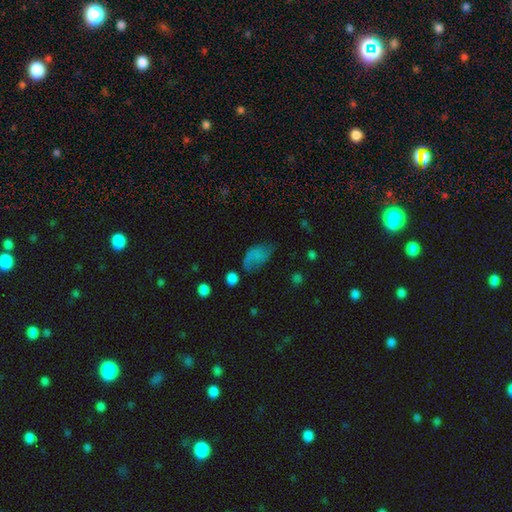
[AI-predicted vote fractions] A smooth galaxy with no disk features (61%) that is in between round and cigar-shaped (90%). Merging: none (42%).